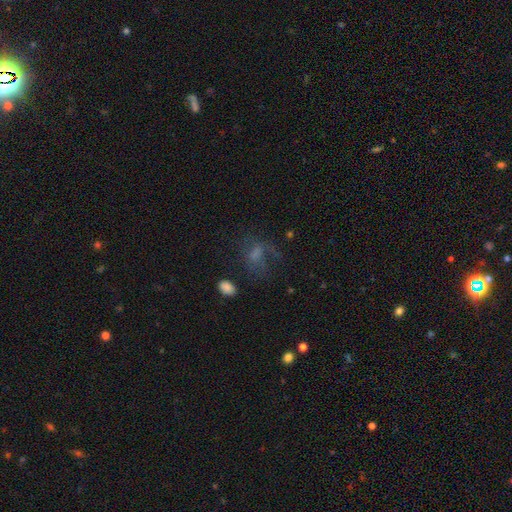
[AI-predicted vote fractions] smooth-or-featured: smooth: 50% | featured or disk: 30% | star or artifact: 20%
  how-rounded: in between: 70% | round: 27% | cigar-shaped: 3%
  merging: none: 39% | major disturbance: 38% | minor disturbance: 19% | merger: 4%